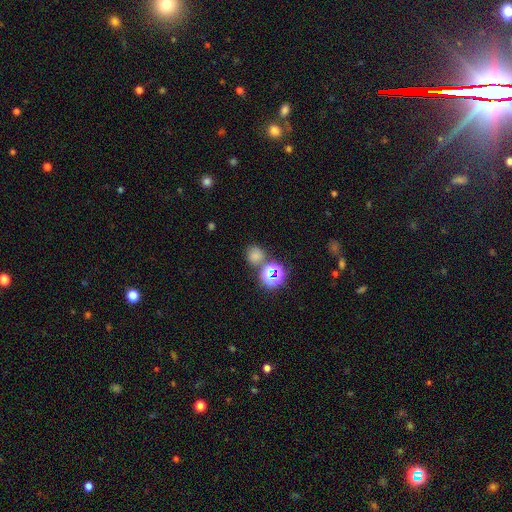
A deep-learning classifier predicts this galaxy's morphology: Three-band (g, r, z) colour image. It shows a smooth galaxy with no disk features (65%) that is round (82%). Merging: none (67%).